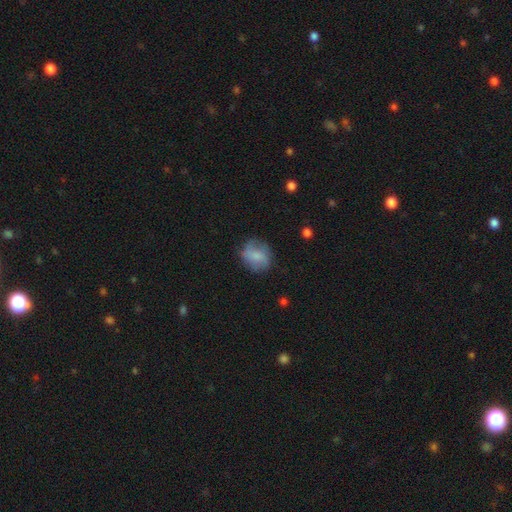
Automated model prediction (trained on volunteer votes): This is likely a smooth galaxy (63%). How rounded: likely round (63%). Merging: likely none (68%).